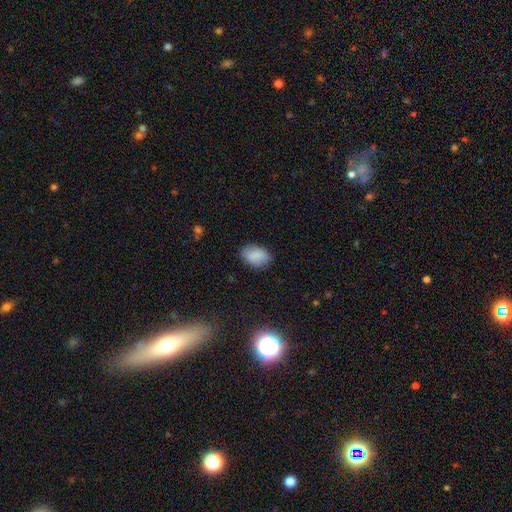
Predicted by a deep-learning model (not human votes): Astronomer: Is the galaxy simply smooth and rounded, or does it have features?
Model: smooth — 86%.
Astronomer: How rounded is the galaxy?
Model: in between — 86%.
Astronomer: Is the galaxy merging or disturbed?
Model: none — 78%.